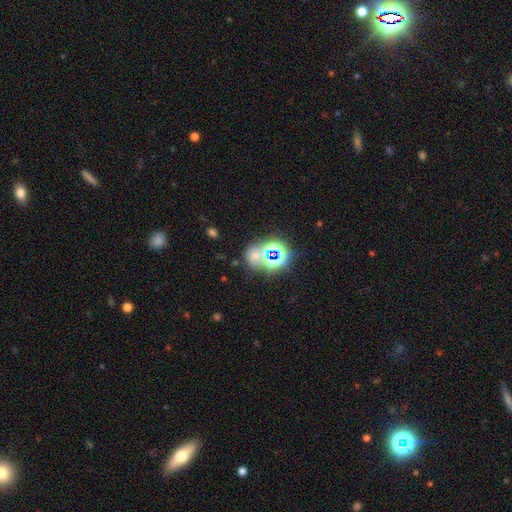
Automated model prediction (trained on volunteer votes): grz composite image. It shows a star or artifact, not a galaxy (51%).